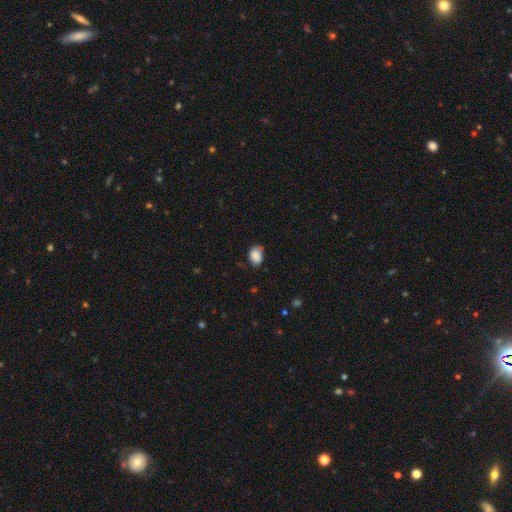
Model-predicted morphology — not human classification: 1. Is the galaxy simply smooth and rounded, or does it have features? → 85% smooth, 8% star or artifact, 7% featured or disk.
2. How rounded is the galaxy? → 73% in between, 26% round, 1% cigar-shaped.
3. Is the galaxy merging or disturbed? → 60% none, 32% minor disturbance, 6% major disturbance, 2% merger.